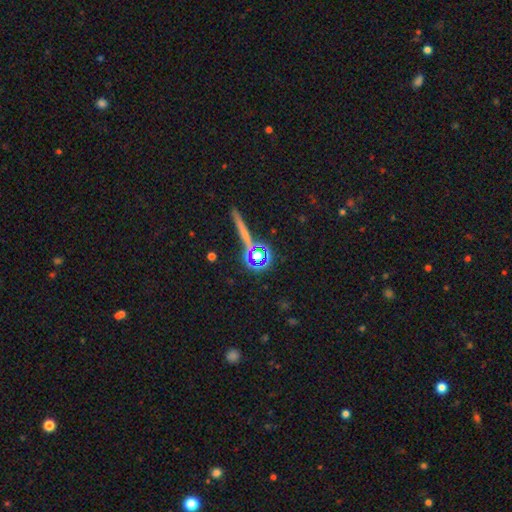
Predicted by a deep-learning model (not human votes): A star or artifact, not a galaxy (50%).